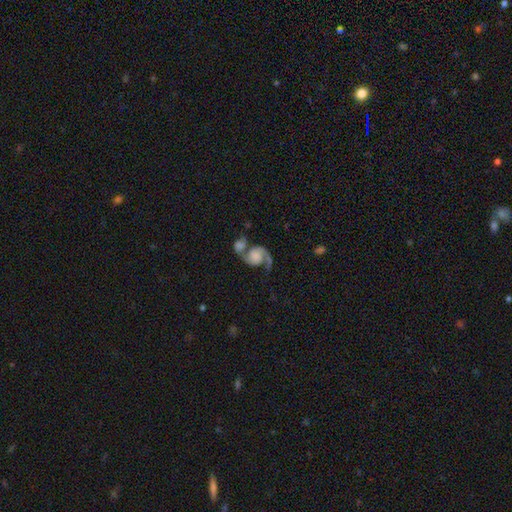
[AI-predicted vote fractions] featured or disk 84%, smooth 10%, star or artifact 6%. Down the decision tree: edge-on disk — no (98%); bar — no (71%); spiral arms — yes (96%); spiral arm count — 2 (88%); spiral winding — medium (44%); bulge size — none (40%); merging — merger (48%).